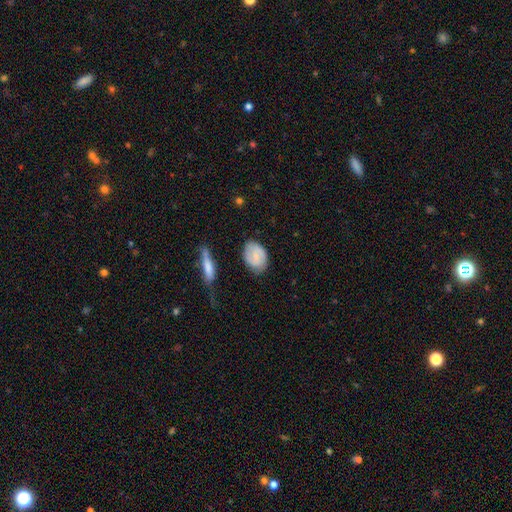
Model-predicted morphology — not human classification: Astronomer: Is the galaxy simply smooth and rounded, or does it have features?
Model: smooth — 52% (runner-up: featured or disk, 41%).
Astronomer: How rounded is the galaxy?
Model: in between — 69%.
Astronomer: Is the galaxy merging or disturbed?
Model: none — 74%.